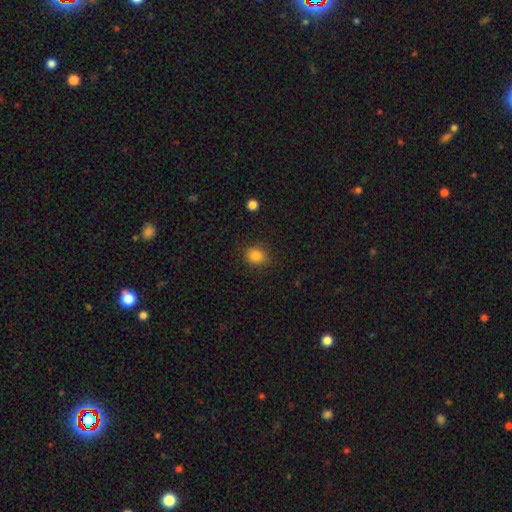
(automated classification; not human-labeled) Overall: smooth (83%). How rounded: round (66%; in between 33%). Merging: none (81%).